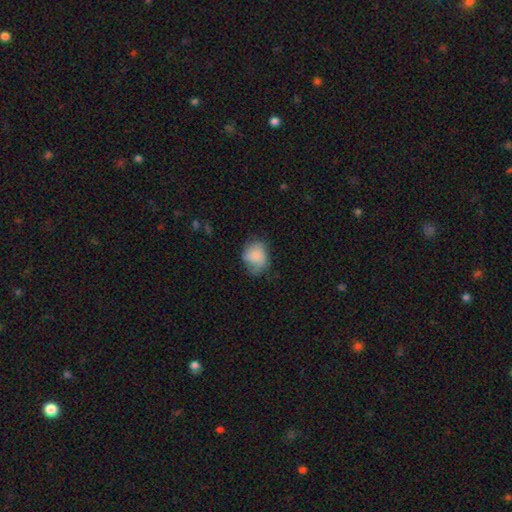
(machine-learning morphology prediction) This appears to be a smooth galaxy with no disk features (75%) that is round (51%). Merging: none (48%).